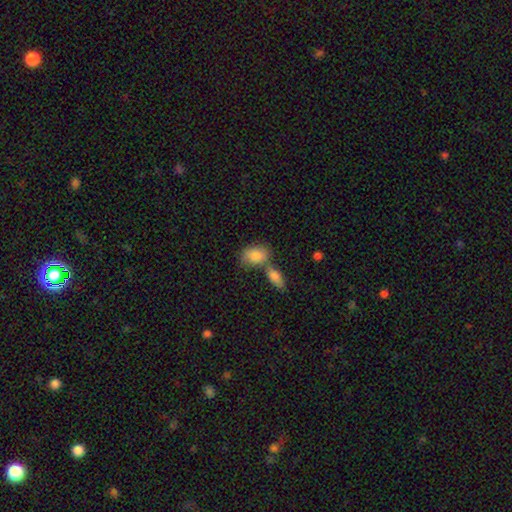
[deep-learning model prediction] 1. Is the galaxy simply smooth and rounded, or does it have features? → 81% smooth, 12% featured or disk, 7% star or artifact.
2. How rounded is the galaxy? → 84% in between, 14% round, 2% cigar-shaped.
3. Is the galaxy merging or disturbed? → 42% merger, 38% none, 14% minor disturbance, 6% major disturbance.